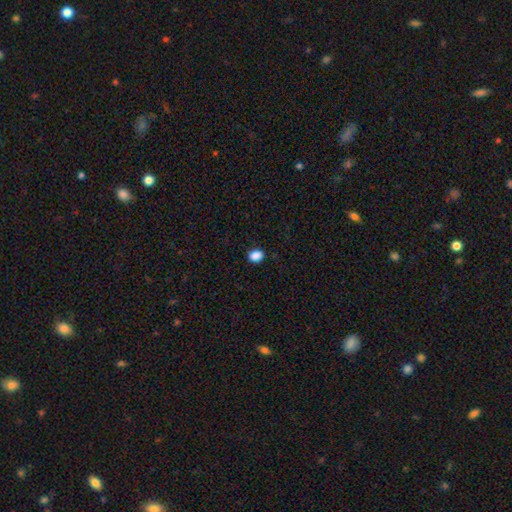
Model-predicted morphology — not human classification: Smooth or featured? smooth (88%)
How rounded? in between (60%)
Merging? none (88%)